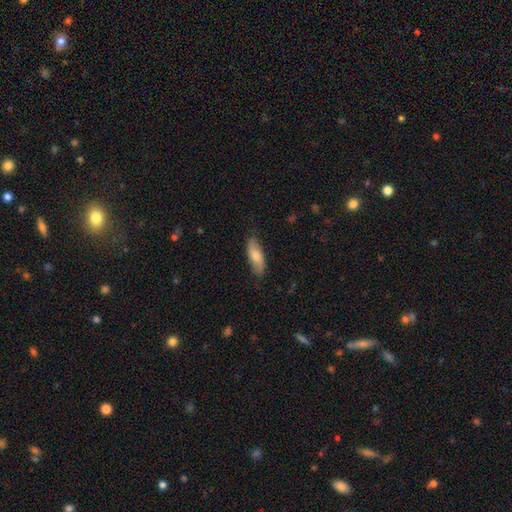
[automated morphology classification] Smooth or featured? smooth (62%)
How rounded? in between (61%)
Merging? none (77%)